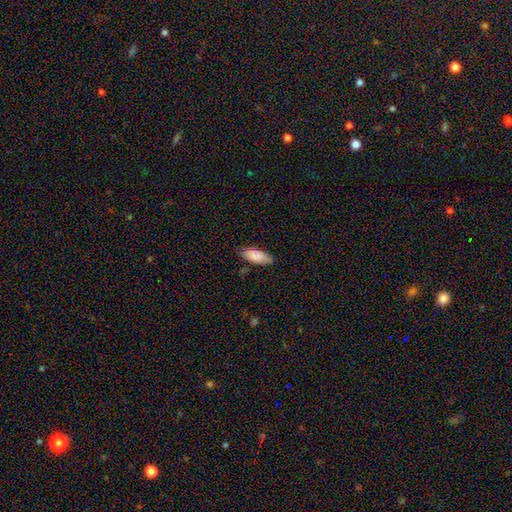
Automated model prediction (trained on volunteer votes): Morphology: type=smooth (81%); roundness=in between (81%); merging=none (82%).